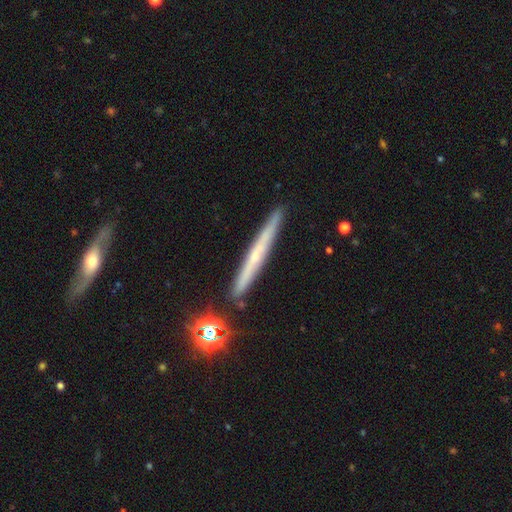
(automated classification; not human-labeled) The model was most divided on "smooth or featured": featured or disk: 56%, smooth: 34%, star or artifact: 10%. More confident: edge-on disk — yes (95%); merging — none (89%); edge-on bulge — none (66%).